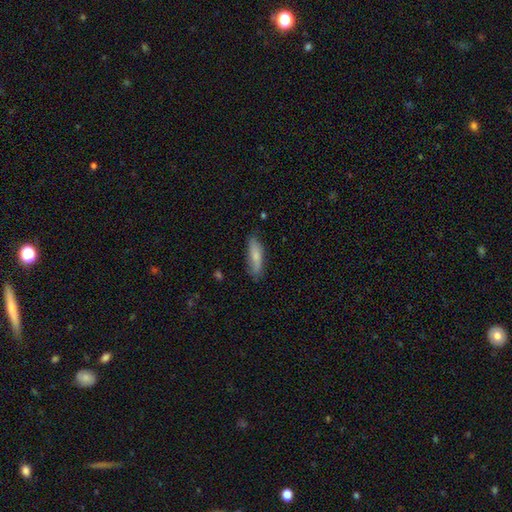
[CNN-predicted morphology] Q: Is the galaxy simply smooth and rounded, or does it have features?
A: smooth — 72%.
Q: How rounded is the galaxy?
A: cigar-shaped — 58%.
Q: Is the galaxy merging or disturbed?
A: none — 74%.